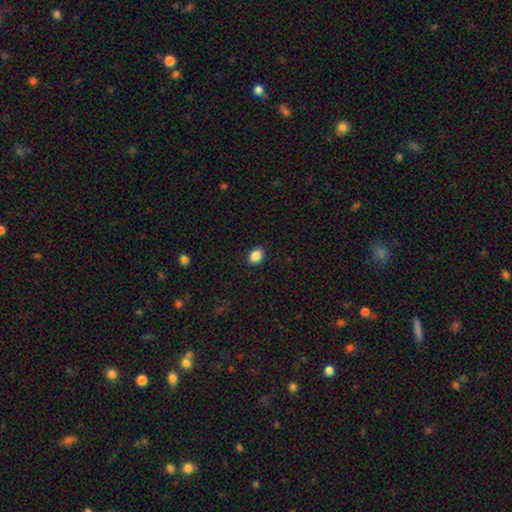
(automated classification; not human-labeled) smooth_or_featured: smooth (p=0.88) [alt: star or artifact p=0.08]
how_rounded: in between (p=0.77) [alt: round p=0.22]
merging: none (p=0.90) [alt: minor disturbance p=0.07]